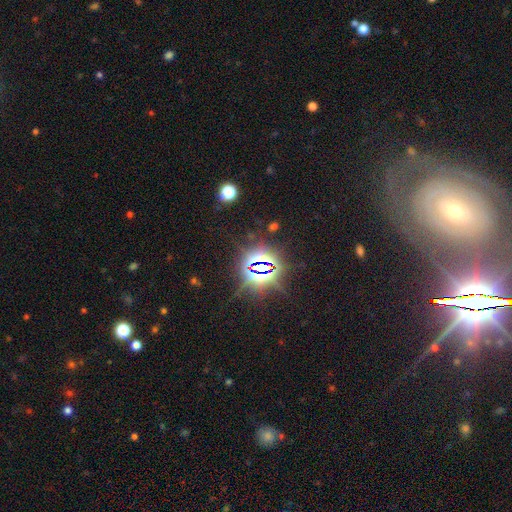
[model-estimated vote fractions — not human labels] Smooth or featured: star or artifact — 83% (smooth — 10%)